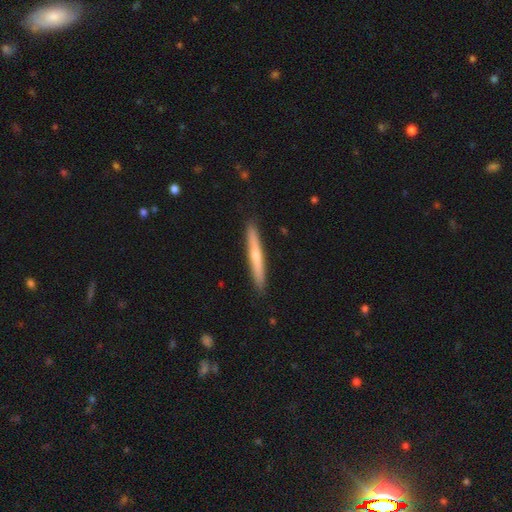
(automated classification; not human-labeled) Smooth or featured?
  - featured or disk: 52% *
  - smooth: 41%
  - star or artifact: 8%
Edge-on disk?
  - yes: 94% *
  - no: 6%
Merging?
  - none: 89% *
  - minor disturbance: 9%
  - major disturbance: 2%
  - merger: 1%